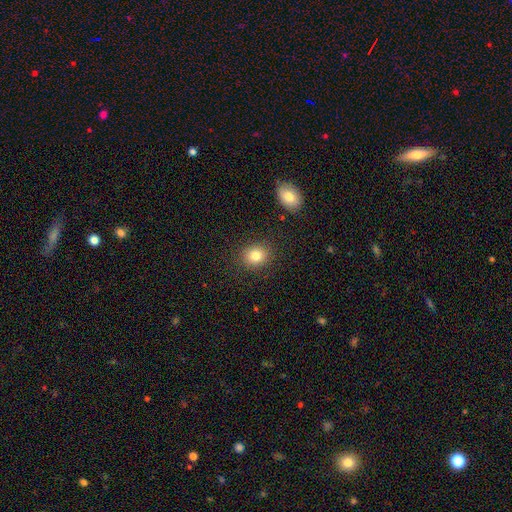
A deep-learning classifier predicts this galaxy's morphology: Q: Smooth or featured?
A: smooth (82%); runner-up: star or artifact (11%)
Q: How rounded?
A: round (70%); runner-up: in between (29%)
Q: Merging?
A: none (87%); runner-up: minor disturbance (8%)